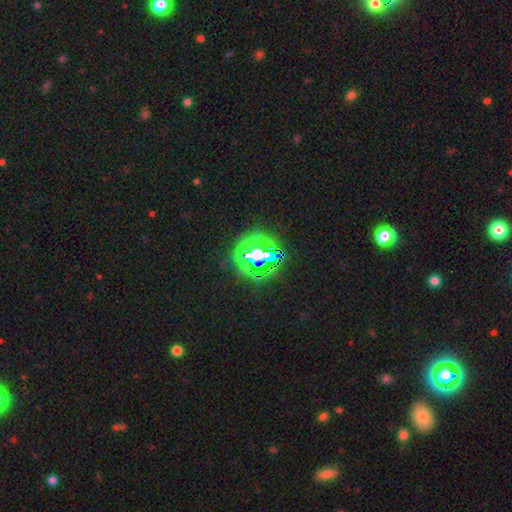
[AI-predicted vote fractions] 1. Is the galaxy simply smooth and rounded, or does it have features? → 72% star or artifact, 18% smooth, 10% featured or disk.